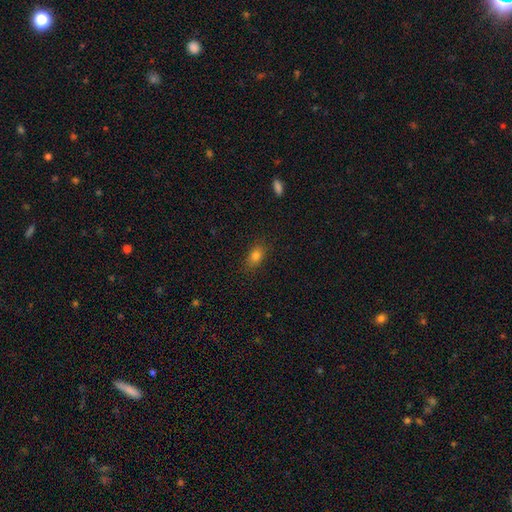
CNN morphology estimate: smooth_or_featured: smooth (p=0.81) [alt: star or artifact p=0.11]
how_rounded: in between (p=0.82) [alt: round p=0.13]
merging: none (p=0.85) [alt: minor disturbance p=0.11]